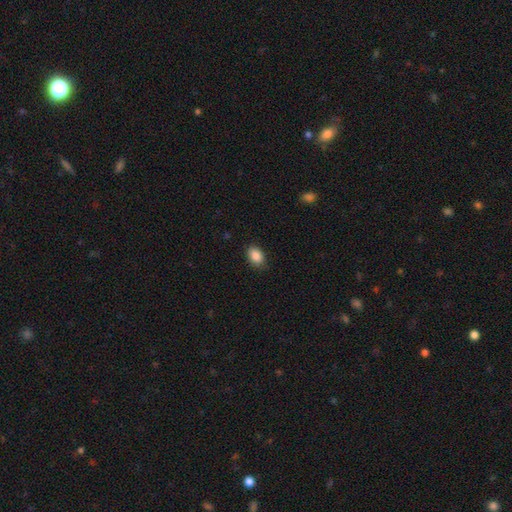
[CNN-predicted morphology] This is clearly a smooth galaxy (88%). How rounded: clearly in between (81%). Merging: clearly none (84%).